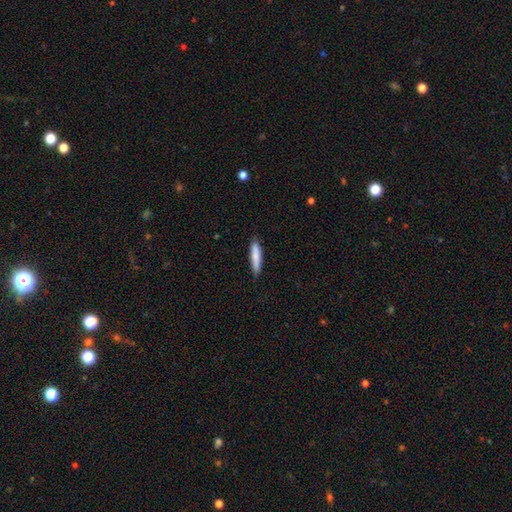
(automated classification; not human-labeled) Smooth or featured? smooth (81%)
How rounded? cigar-shaped (84%)
Merging? none (84%)